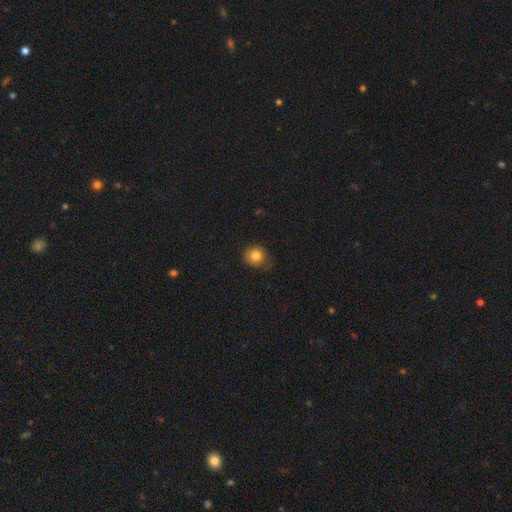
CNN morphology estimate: type=smooth (81%); roundness=round (77%); merging=none (72%).